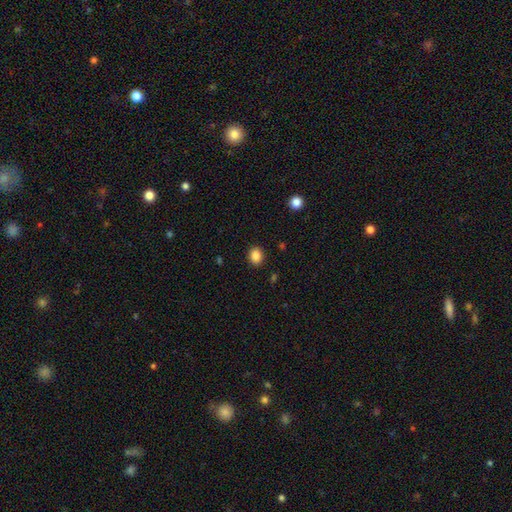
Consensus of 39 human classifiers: Overall: smooth (90%). How rounded: round (57%; in between 40%). Merging: none (86%).